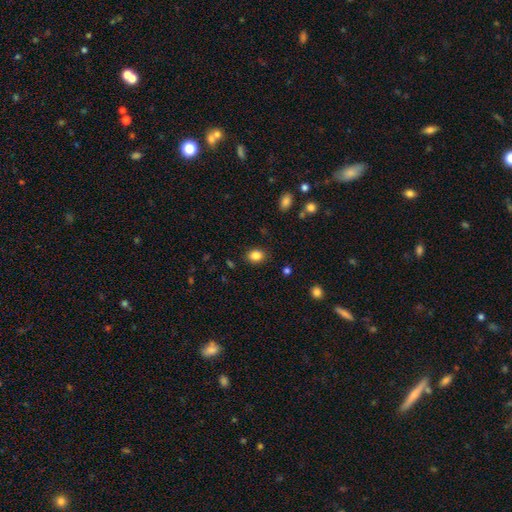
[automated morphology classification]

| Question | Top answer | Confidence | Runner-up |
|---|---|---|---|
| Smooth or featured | smooth | 85% | star or artifact (10%) |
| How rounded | in between | 56% | round (43%) |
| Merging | none | 86% | minor disturbance (10%) |